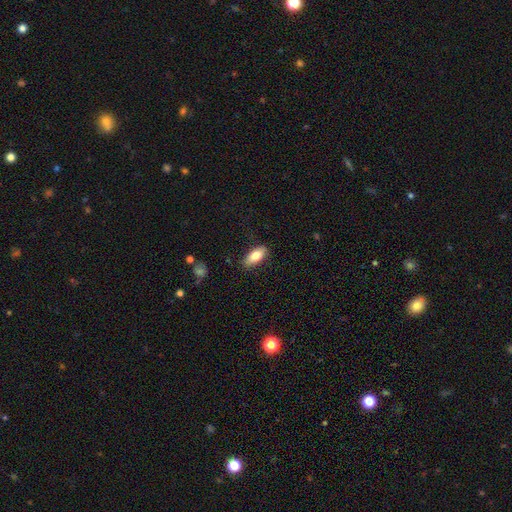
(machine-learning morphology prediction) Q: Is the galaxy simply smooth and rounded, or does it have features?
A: smooth — 78%.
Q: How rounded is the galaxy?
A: in between — 82%.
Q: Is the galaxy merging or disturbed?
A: none — 84%.